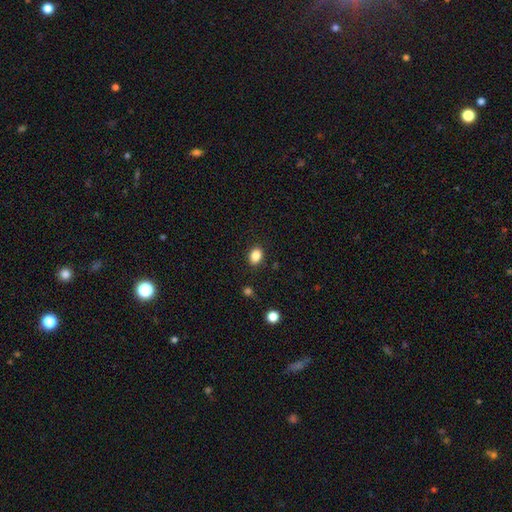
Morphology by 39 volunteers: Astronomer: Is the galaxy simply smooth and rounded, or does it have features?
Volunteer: smooth — 87%.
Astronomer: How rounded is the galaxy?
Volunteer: in between — 74%.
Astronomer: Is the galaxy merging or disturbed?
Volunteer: none — 89%.